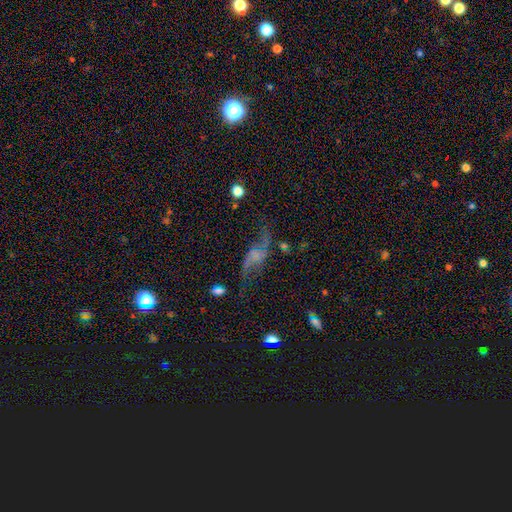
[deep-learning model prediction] A featured or disk galaxy (74%) with no bar (56%), 2 (91%) loose (91%) spiral arms (88%) and no central bulge (65%).

Vote fractions:
- Smooth or featured? featured or disk: 74% / smooth: 14% / star or artifact: 12%
- Edge-on disk? no: 93% / yes: 7%
- Bar? no: 56% / weak: 31% / strong: 13%
- Spiral arms? yes: 88% / no: 12%
- Spiral winding? loose: 91% / medium: 7% / tight: 2%
- Spiral arm count? 2: 91% / 1: 3% / can't tell: 2% / 3: 1% / 4: 1% / more than 4: 1%
- Bulge size? none: 65% / small: 17% / moderate: 10% / large: 5% / dominant: 2%
- Merging? none: 56% / major disturbance: 20% / minor disturbance: 19% / merger: 5%